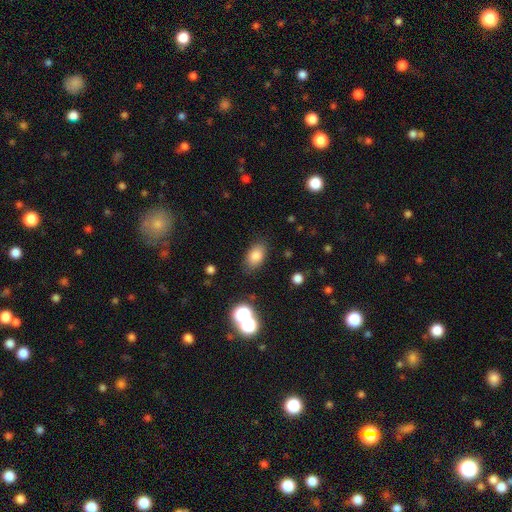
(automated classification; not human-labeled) smooth 81%, star or artifact 11%, featured or disk 8%. Down the decision tree: how rounded — in between (86%); merging — none (83%).